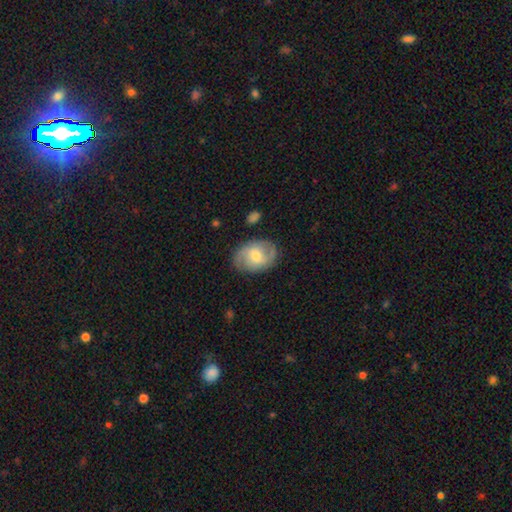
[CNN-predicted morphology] A featured or disk galaxy (62%) with a weak bar (48%), 2 (68%) medium (47%) spiral arms (87%) and a moderate central bulge (62%). Merging: none (80%).